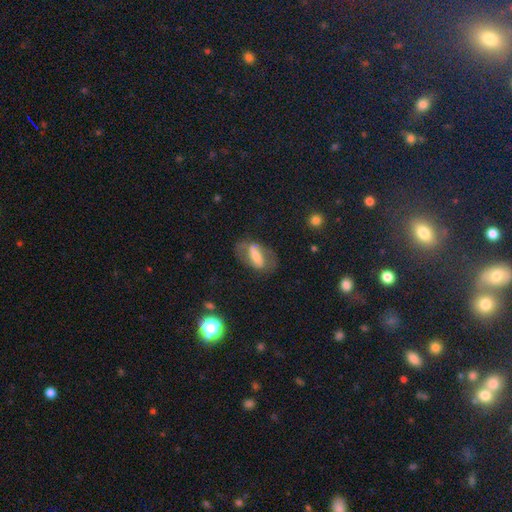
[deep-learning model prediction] Smooth or featured: featured or disk — 54% (smooth — 37%)
Edge-on disk: no — 89% (yes — 11%)
Merging: none — 61% (minor disturbance — 19%)